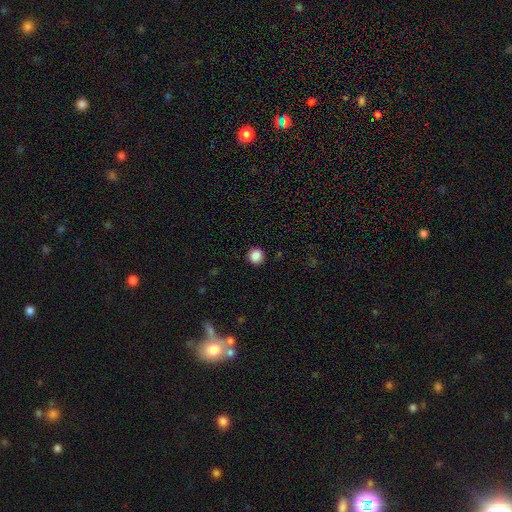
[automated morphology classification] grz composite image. It shows a smooth galaxy with no disk features (88%) that is round (95%). Merging: none (92%).